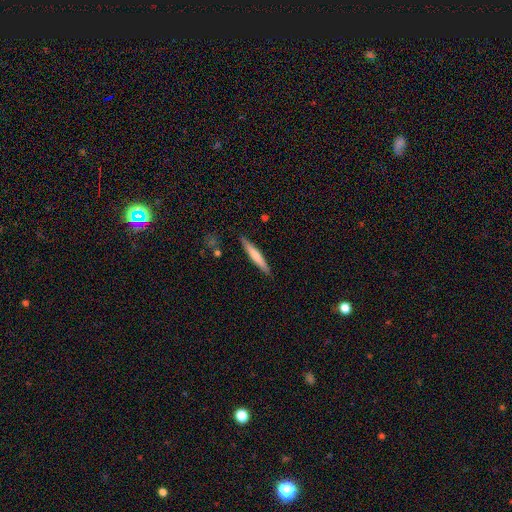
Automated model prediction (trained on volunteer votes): Overall: smooth (66%; featured or disk 28%). How rounded: cigar-shaped (94%). Merging: none (89%).